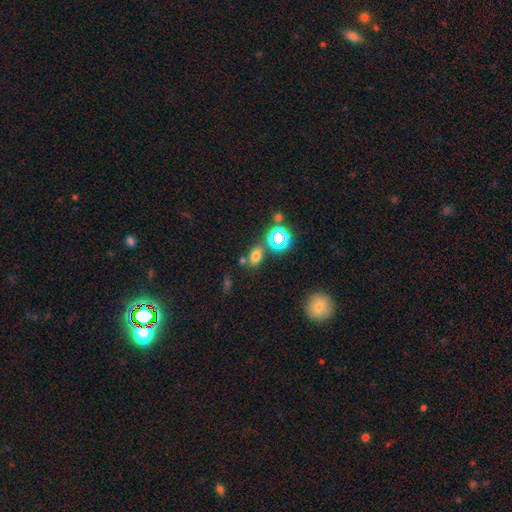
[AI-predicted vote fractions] smooth-or-featured: smooth: 67% | star or artifact: 25% | featured or disk: 9%
  how-rounded: in between: 71% | round: 26% | cigar-shaped: 3%
  merging: none: 69% | merger: 13% | minor disturbance: 13% | major disturbance: 4%